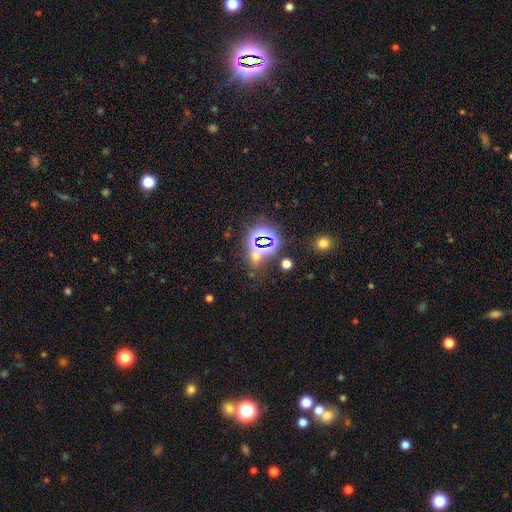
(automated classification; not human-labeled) Smooth or featured? Predicted: star or artifact (p=0.63).